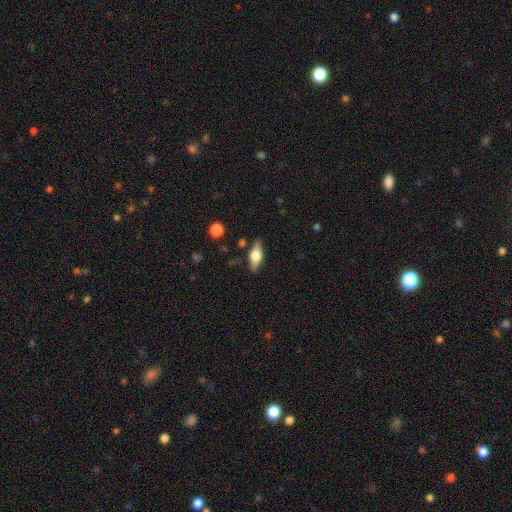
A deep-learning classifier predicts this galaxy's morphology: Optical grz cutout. It shows a smooth galaxy with no disk features (48%). Merging: none (82%).